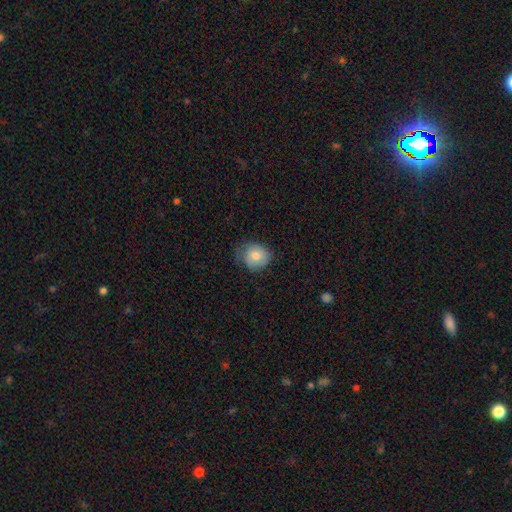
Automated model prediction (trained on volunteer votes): A smooth galaxy with no disk features (78%) that is round (76%).

Vote fractions:
- Smooth or featured? smooth: 78% / featured or disk: 14% / star or artifact: 8%
- How rounded? round: 76% / in between: 23% / cigar-shaped: 1%
- Merging? none: 62% / minor disturbance: 28% / major disturbance: 8% / merger: 1%